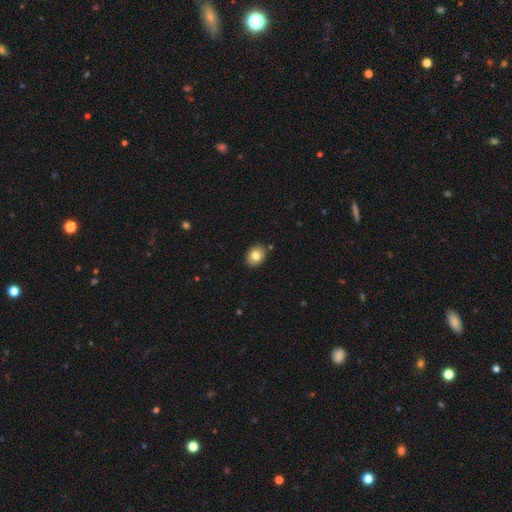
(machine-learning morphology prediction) The model was most divided on "how rounded": round: 54%, in between: 46%, cigar-shaped: 1%. More confident: merging — none (88%); smooth or featured — smooth (80%).